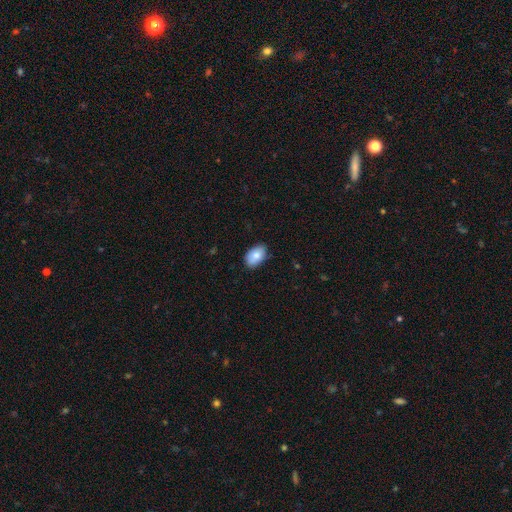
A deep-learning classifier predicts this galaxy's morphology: Overall: smooth (83%). How rounded: in between (91%). Merging: none (82%).